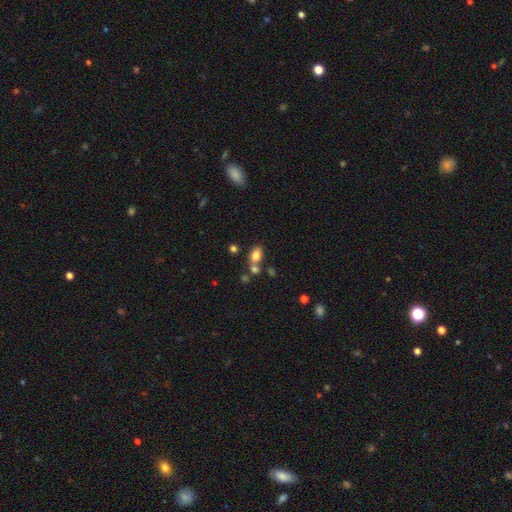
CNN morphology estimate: Smooth or featured? Predicted: smooth (p=0.79). How rounded? Predicted: in between (p=0.83). Merging? Predicted: none (p=0.57).